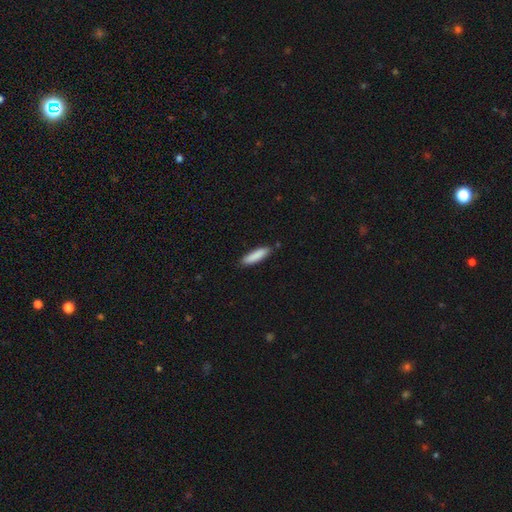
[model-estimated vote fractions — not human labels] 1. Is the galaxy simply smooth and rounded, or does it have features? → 88% smooth, 7% featured or disk, 6% star or artifact.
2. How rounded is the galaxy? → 74% cigar-shaped, 25% in between, 1% round.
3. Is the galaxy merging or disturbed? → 84% none, 12% minor disturbance, 2% merger, 2% major disturbance.